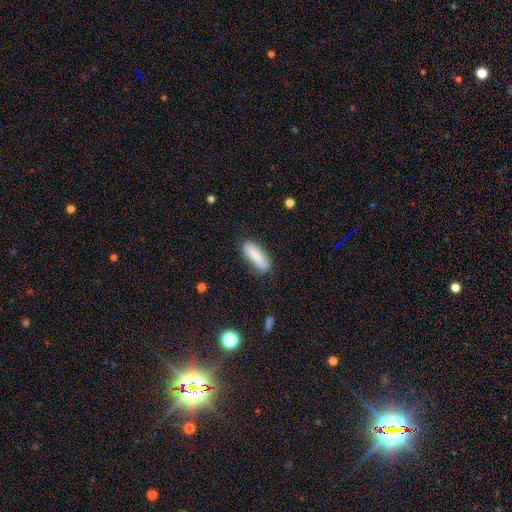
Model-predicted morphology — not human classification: Smooth or featured?
  - smooth: 75% *
  - featured or disk: 19%
  - star or artifact: 6%
How rounded?
  - in between: 55% *
  - cigar-shaped: 43%
  - round: 2%
Merging?
  - none: 79% *
  - minor disturbance: 15%
  - major disturbance: 4%
  - merger: 2%